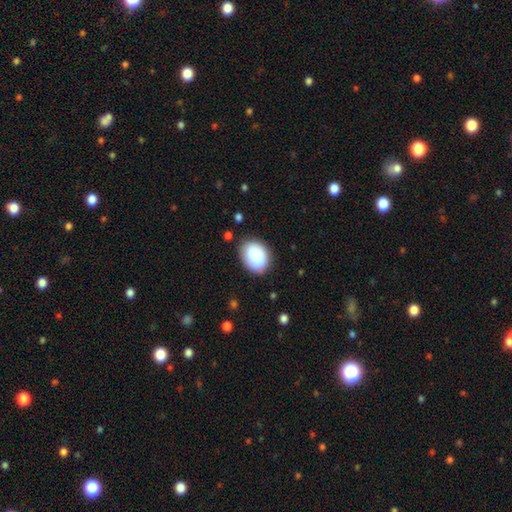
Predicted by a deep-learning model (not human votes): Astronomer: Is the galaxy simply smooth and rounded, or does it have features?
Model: smooth — 88%.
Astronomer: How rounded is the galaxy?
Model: in between — 70%.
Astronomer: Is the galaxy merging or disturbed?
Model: none — 81%.